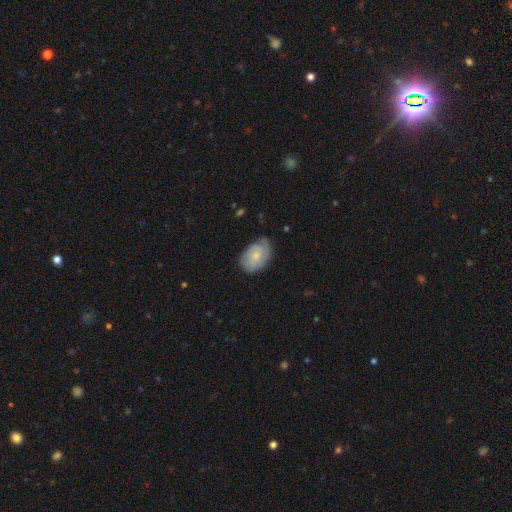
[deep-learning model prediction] Smooth or featured? smooth (59%)
How rounded? in between (86%)
Merging? none (64%)